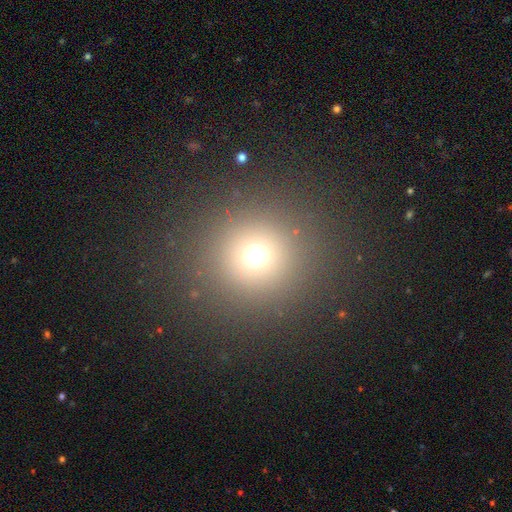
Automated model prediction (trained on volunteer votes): Morphology: type=smooth (67%); roundness=round (94%); merging=none (87%).